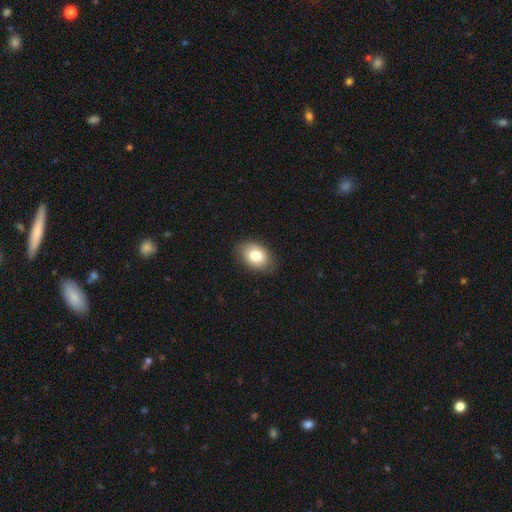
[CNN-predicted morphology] This is clearly a smooth galaxy (80%). How rounded: likely in between (78%). Merging: clearly none (82%).